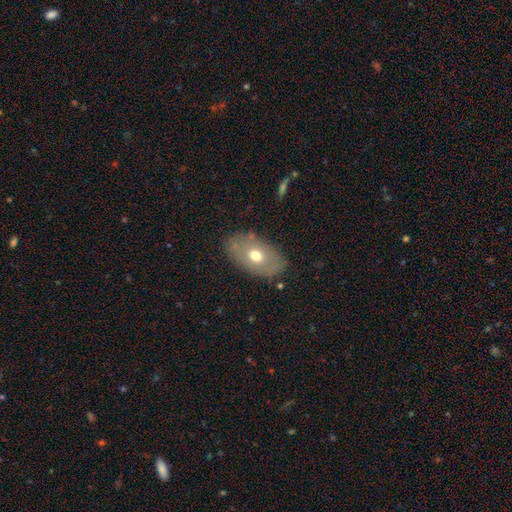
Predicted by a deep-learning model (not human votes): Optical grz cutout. It shows a smooth galaxy with no disk features (59%) that is in between round and cigar-shaped (89%). Merging: none (81%).